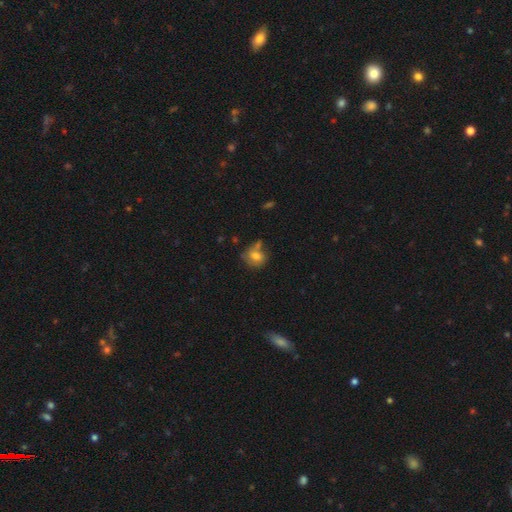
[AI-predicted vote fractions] This is likely a smooth galaxy (73%). How rounded: likely round (67%). Merging: possibly none (52%).